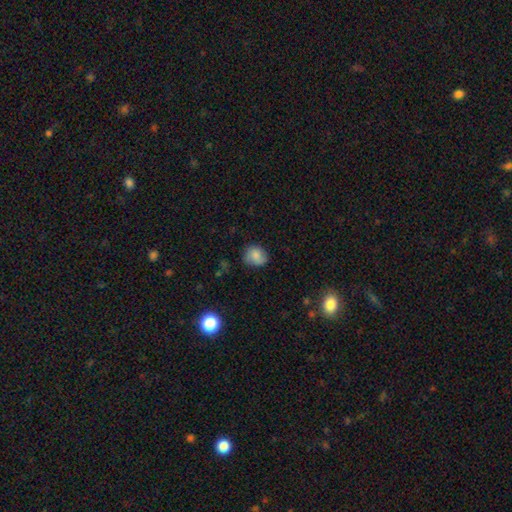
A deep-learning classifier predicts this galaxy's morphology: A smooth galaxy with no disk features (78%) that is round (69%). Merging: none (69%).